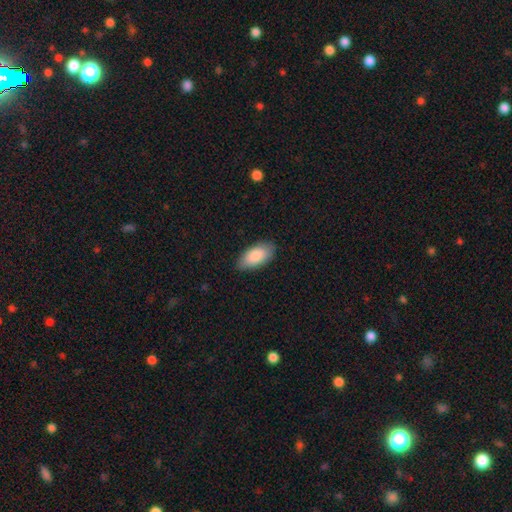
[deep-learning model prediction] Smooth or featured: smooth — 86% (featured or disk — 8%)
How rounded: in between — 93% (cigar-shaped — 5%)
Merging: none — 83% (minor disturbance — 13%)